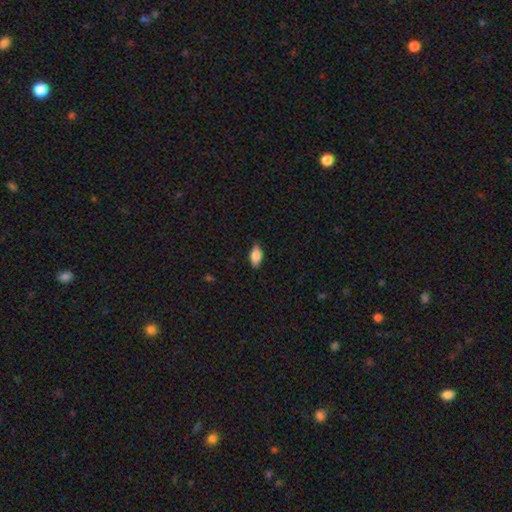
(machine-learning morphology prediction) Smooth or featured?
  - smooth: 82% *
  - featured or disk: 11%
  - star or artifact: 7%
How rounded?
  - in between: 90% *
  - cigar-shaped: 7%
  - round: 3%
Merging?
  - none: 83% *
  - minor disturbance: 14%
  - major disturbance: 2%
  - merger: 1%